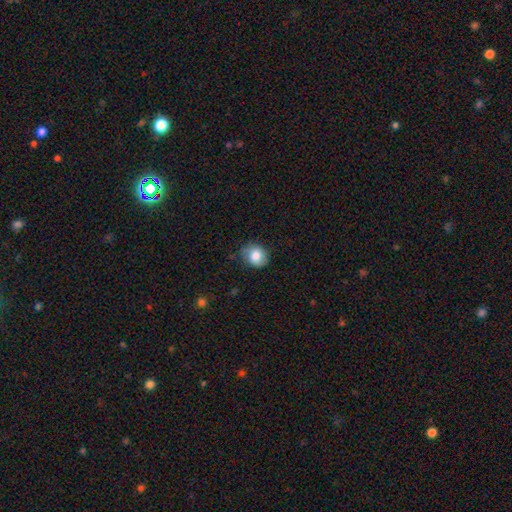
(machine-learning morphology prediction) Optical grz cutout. It shows a smooth galaxy with no disk features (79%) that is round (66%). Merging: none (71%).